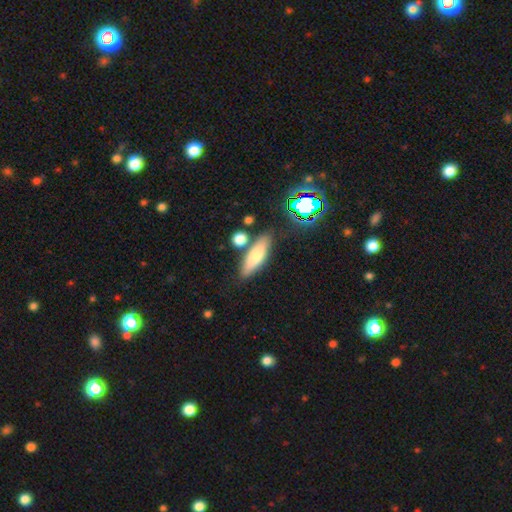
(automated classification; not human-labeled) Q: Smooth or featured?
A: smooth (71%); runner-up: featured or disk (20%)
Q: How rounded?
A: cigar-shaped (51%); runner-up: in between (46%)
Q: Merging?
A: none (75%); runner-up: minor disturbance (12%)